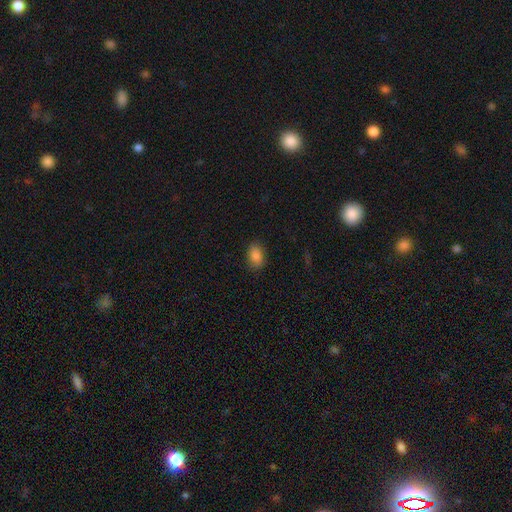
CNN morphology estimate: This is clearly a smooth galaxy (86%). How rounded: clearly in between (85%). Merging: clearly none (85%).